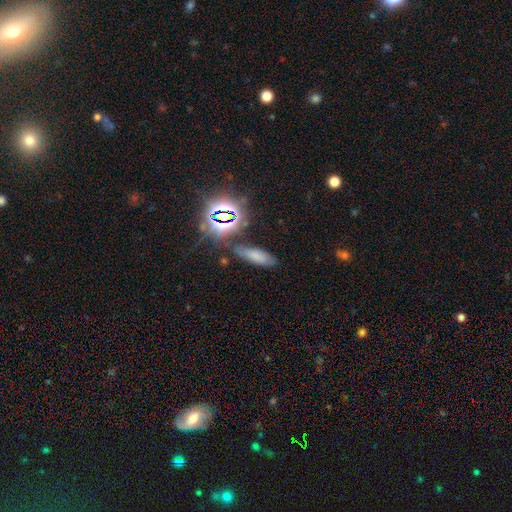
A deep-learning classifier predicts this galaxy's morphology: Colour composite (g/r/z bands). It shows a smooth galaxy with no disk features (60%) that is in between round and cigar-shaped (58%). Merging: none (74%).